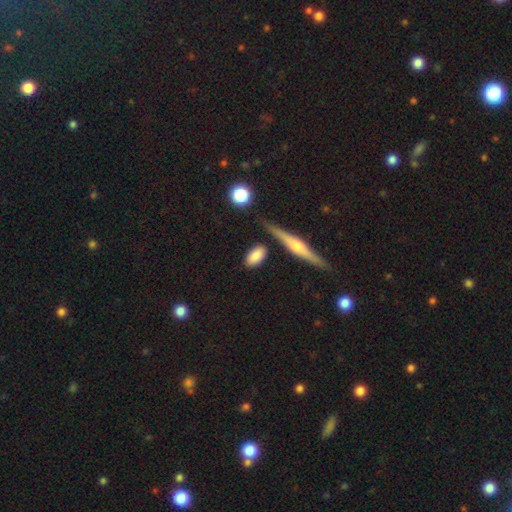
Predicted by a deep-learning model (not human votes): The model was most divided on "merging": none: 79%, minor disturbance: 14%, merger: 4%, major disturbance: 4%. More confident: how rounded — in between (89%); smooth or featured — smooth (83%).